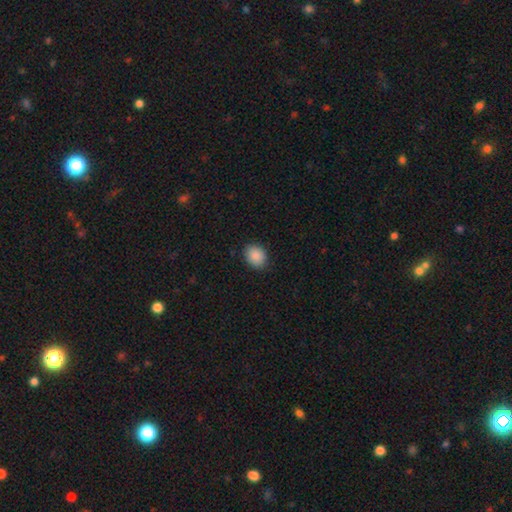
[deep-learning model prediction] Overall: smooth (89%). How rounded: in between (53%; round 46%). Merging: none (88%).